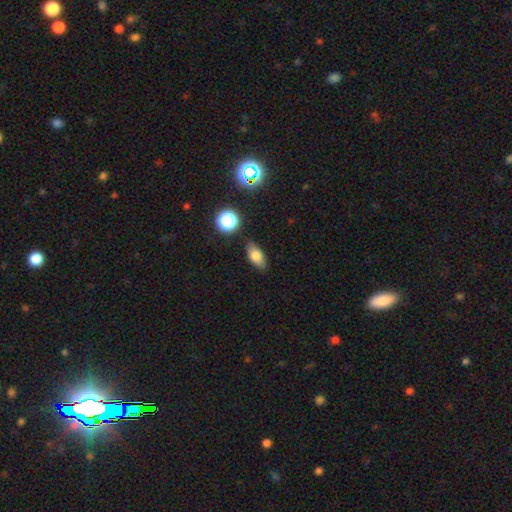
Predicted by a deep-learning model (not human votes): Overall: smooth (76%). How rounded: in between (85%). Merging: none (84%).